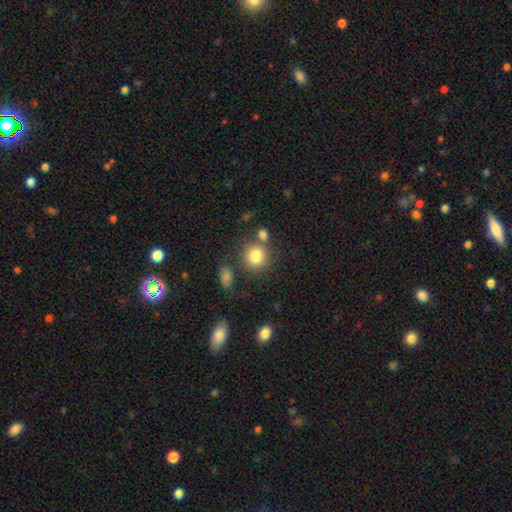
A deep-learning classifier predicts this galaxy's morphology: smooth-or-featured: smooth: 82% | star or artifact: 10% | featured or disk: 8%
  how-rounded: round: 86% | in between: 13% | cigar-shaped: 1%
  merging: none: 69% | merger: 15% | minor disturbance: 11% | major disturbance: 4%